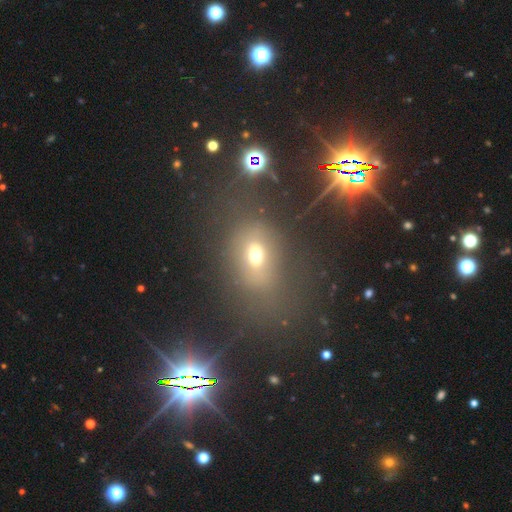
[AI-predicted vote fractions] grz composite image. It shows a smooth galaxy with no disk features (59%) that is in between round and cigar-shaped (68%). Merging: none (63%).